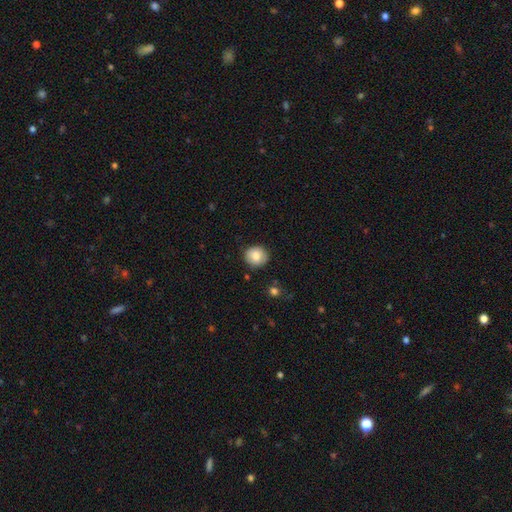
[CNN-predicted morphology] This appears to be a smooth galaxy with no disk features (83%) that is round (84%). Merging: none (85%).